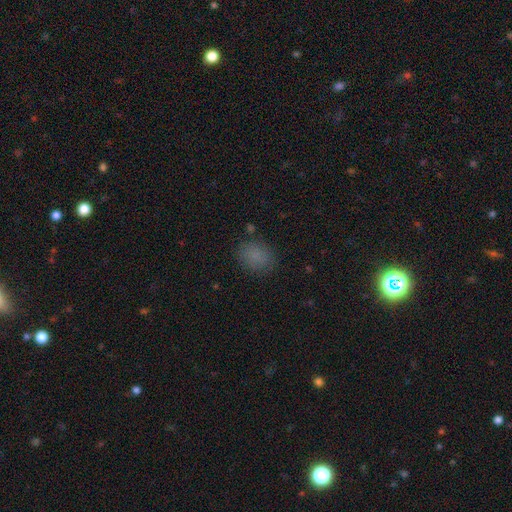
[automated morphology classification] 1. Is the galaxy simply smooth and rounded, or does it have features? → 82% smooth, 13% star or artifact, 5% featured or disk.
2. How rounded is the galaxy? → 53% in between, 46% round, 1% cigar-shaped.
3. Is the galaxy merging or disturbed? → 82% none, 12% minor disturbance, 4% major disturbance, 2% merger.